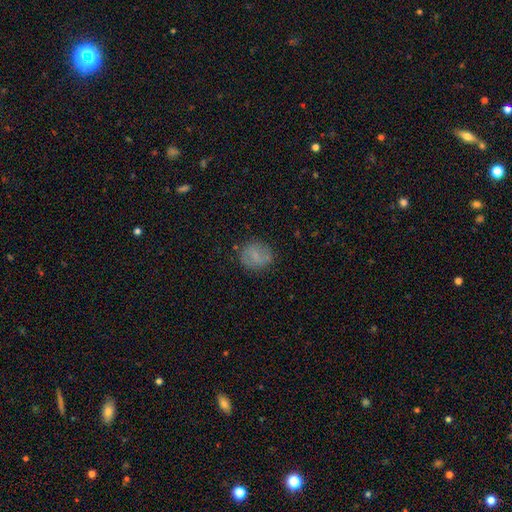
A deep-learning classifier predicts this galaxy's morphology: Smooth or featured? Predicted: smooth (p=0.63). How rounded? Predicted: round (p=0.79). Merging? Predicted: none (p=0.79).